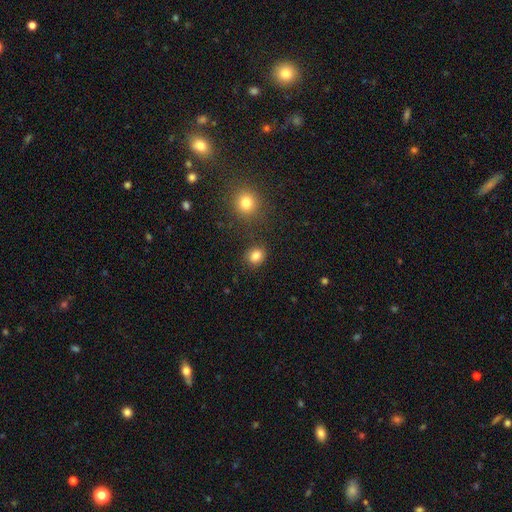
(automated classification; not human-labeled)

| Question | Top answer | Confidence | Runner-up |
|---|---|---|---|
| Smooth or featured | smooth | 83% | star or artifact (11%) |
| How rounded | round | 68% | in between (31%) |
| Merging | none | 85% | minor disturbance (9%) |